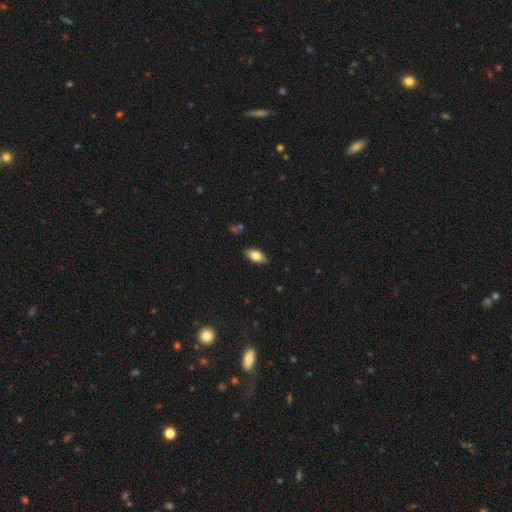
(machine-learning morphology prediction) type=smooth (79%); roundness=in between (89%); merging=none (88%).